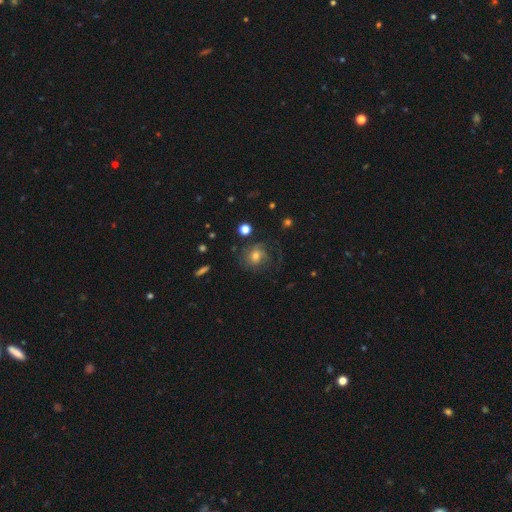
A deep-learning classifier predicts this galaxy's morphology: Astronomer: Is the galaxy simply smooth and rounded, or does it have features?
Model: featured or disk — 52% (runner-up: smooth, 35%).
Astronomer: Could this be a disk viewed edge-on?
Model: no — 96%.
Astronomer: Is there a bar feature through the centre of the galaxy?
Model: no — 71%.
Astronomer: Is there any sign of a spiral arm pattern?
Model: yes — 81%.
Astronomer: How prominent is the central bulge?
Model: moderate — 60%.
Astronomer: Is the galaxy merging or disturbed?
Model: none — 58%.